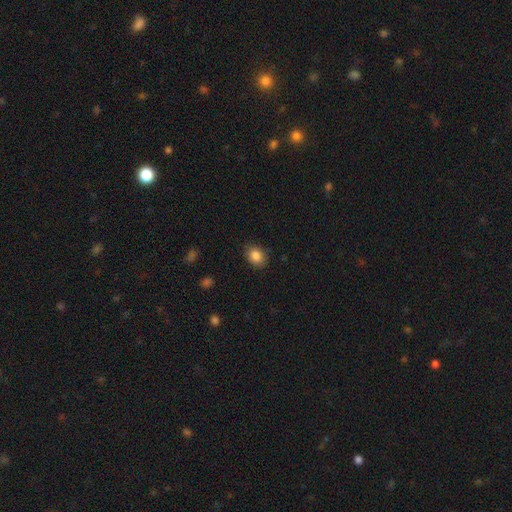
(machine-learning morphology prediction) Smooth or featured: smooth — 86% (star or artifact — 9%)
How rounded: in between — 56% (round — 43%)
Merging: none — 86% (minor disturbance — 11%)